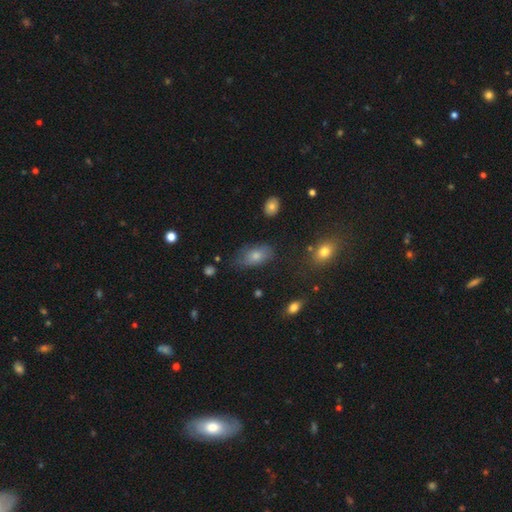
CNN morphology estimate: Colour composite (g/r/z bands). It shows a smooth galaxy with no disk features (61%) that is in between round and cigar-shaped (89%). Merging: none (67%).